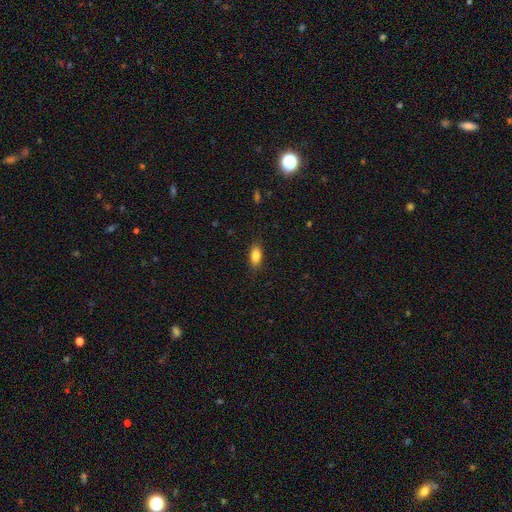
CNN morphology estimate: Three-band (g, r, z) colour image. It shows a smooth galaxy with no disk features (84%) that is in between round and cigar-shaped (86%). Merging: none (86%).